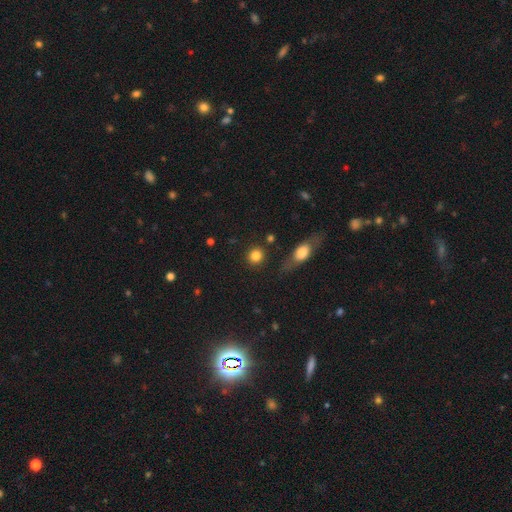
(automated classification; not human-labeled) A smooth galaxy with no disk features (84%) that is round (90%). Merging: none (85%).